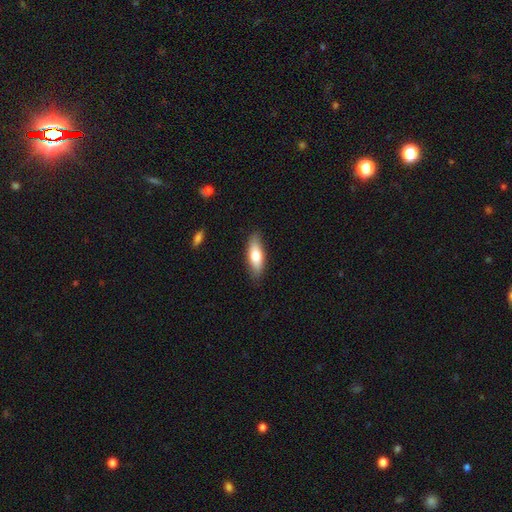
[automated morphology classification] smooth 71%, featured or disk 23%, star or artifact 6%. Down the decision tree: how rounded — in between (59%); merging — none (85%).